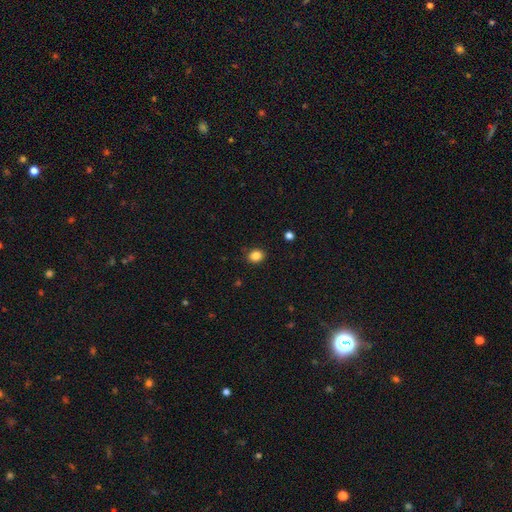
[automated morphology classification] smooth-or-featured: smooth: 86% | star or artifact: 10% | featured or disk: 4%
  how-rounded: round: 58% | in between: 41% | cigar-shaped: 1%
  merging: none: 87% | minor disturbance: 9% | major disturbance: 2% | merger: 1%